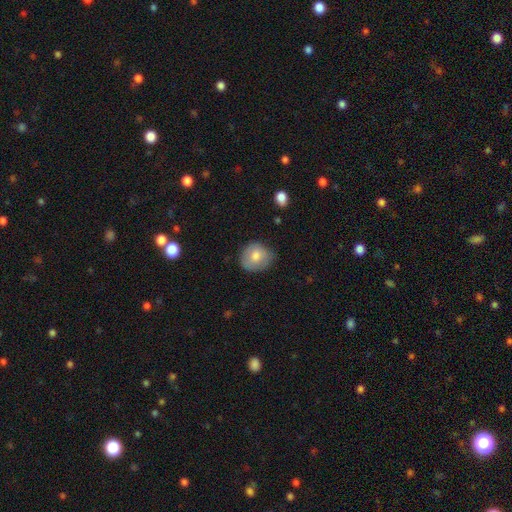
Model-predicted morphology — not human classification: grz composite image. It shows a smooth galaxy with no disk features (74%) that is round (74%). Merging: none (74%).